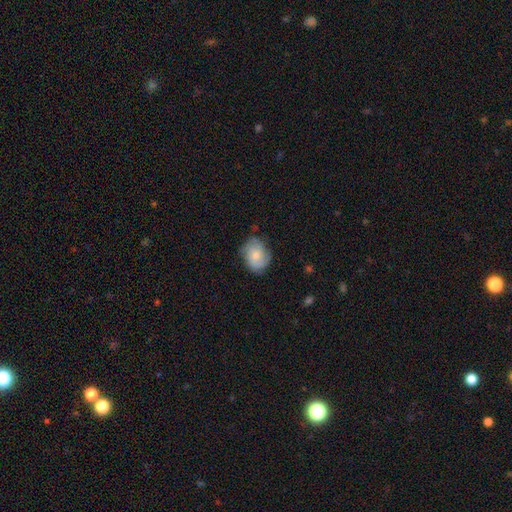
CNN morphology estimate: Smooth or featured?
  - smooth: 58% *
  - featured or disk: 35%
  - star or artifact: 7%
How rounded?
  - round: 53% *
  - in between: 46%
  - cigar-shaped: 1%
Merging?
  - none: 69% *
  - minor disturbance: 24%
  - major disturbance: 6%
  - merger: 1%